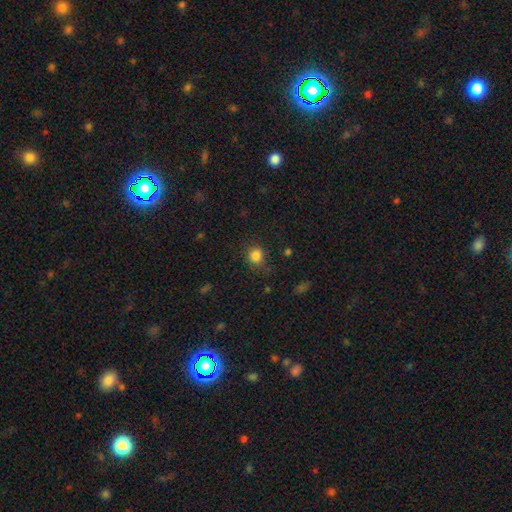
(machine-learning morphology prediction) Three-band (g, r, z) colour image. It shows a smooth galaxy with no disk features (83%) that is round (78%). Merging: none (78%).